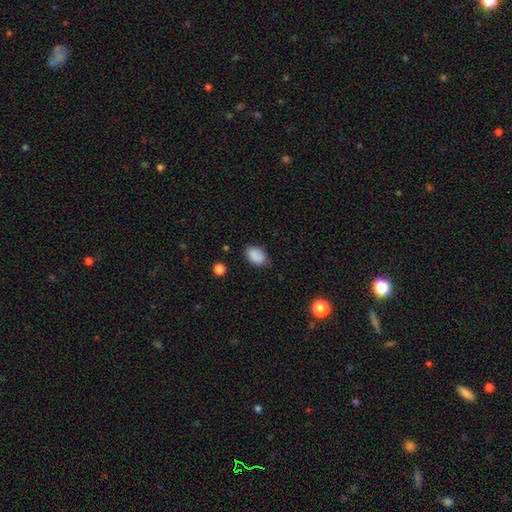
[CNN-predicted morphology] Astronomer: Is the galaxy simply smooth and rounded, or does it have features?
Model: smooth — 88%.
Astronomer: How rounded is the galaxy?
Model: in between — 86%.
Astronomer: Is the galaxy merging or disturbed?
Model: none — 77%.